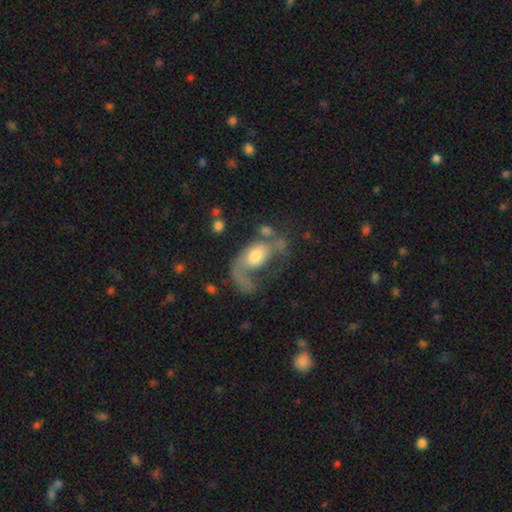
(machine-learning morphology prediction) featured or disk 57%, smooth 35%, star or artifact 8%. Down the decision tree: edge-on disk — no (95%); bar — no (68%); spiral arms — yes (69%); bulge size — moderate (57%); merging — major disturbance (51%).